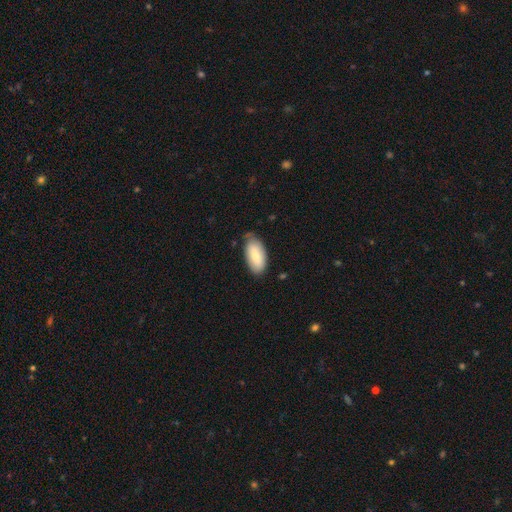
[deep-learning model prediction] Overall: smooth (75%). How rounded: in between (93%). Merging: none (68%).